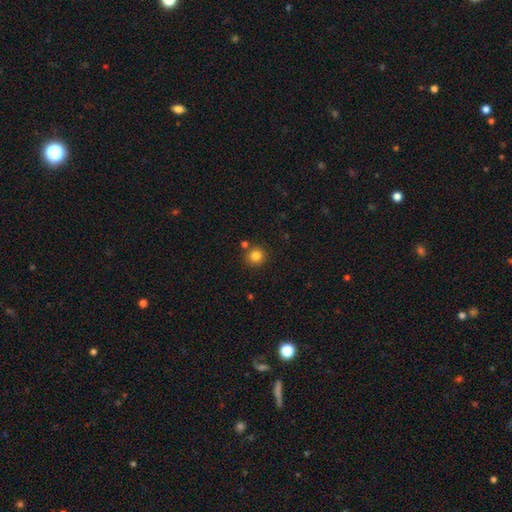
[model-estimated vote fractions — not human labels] A smooth galaxy with no disk features (83%) that is round (93%).

Vote fractions:
- Smooth or featured? smooth: 83% / star or artifact: 12% / featured or disk: 5%
- How rounded? round: 93% / in between: 6% / cigar-shaped: 1%
- Merging? none: 82% / merger: 8% / minor disturbance: 7% / major disturbance: 2%